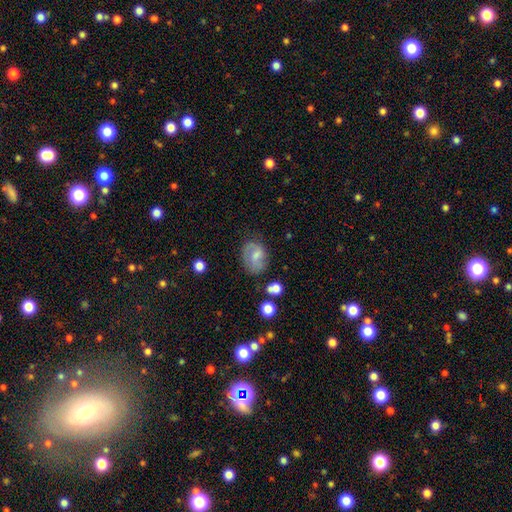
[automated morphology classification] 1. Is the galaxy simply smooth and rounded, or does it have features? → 52% smooth, 39% featured or disk, 9% star or artifact.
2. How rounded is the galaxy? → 63% in between, 35% round, 1% cigar-shaped.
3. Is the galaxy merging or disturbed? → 61% none, 24% minor disturbance, 11% major disturbance, 4% merger.